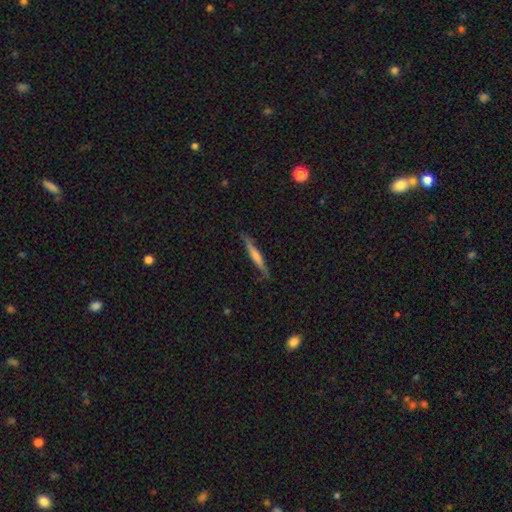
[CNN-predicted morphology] smooth-or-featured: featured or disk: 47% | smooth: 46% | star or artifact: 6%
  merging: none: 81% | minor disturbance: 14% | major disturbance: 3% | merger: 2%